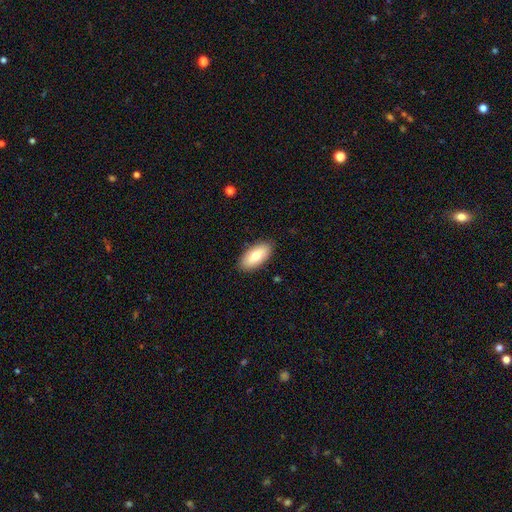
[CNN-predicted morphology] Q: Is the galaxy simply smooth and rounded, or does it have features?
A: smooth — 76%.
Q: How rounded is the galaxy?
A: in between — 91%.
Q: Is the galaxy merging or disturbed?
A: none — 88%.